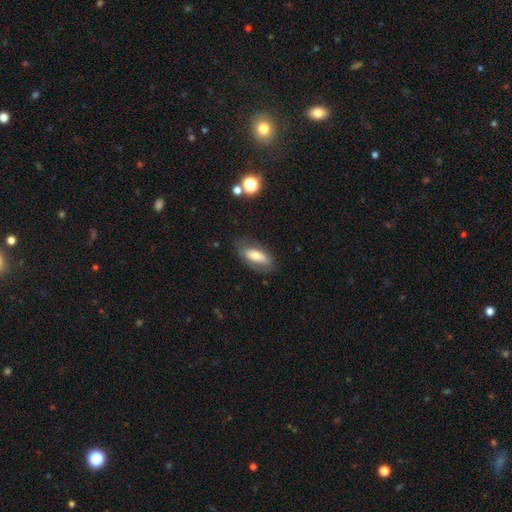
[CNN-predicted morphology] smooth-or-featured: smooth: 62% | featured or disk: 31% | star or artifact: 7%
  how-rounded: in between: 80% | cigar-shaped: 17% | round: 3%
  merging: none: 73% | minor disturbance: 18% | major disturbance: 7% | merger: 2%